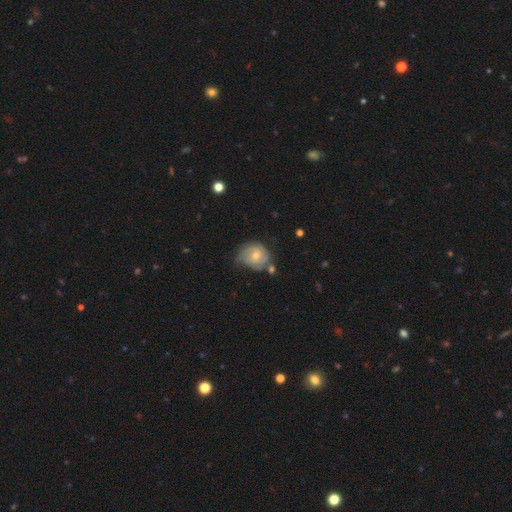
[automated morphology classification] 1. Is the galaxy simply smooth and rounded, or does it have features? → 63% featured or disk, 30% smooth, 7% star or artifact.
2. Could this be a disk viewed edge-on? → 97% no, 3% yes.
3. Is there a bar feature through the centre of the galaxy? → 56% no, 39% weak, 5% strong.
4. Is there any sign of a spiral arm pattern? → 87% yes, 13% no.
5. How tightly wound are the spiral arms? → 56% tight, 33% medium, 11% loose.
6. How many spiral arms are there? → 46% 2, 30% can't tell, 13% 3, 7% 1, 3% 4, 2% more than 4.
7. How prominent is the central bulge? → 54% moderate, 40% small, 3% large, 3% none, 1% dominant.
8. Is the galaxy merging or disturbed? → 49% none, 30% minor disturbance, 12% major disturbance, 10% merger.